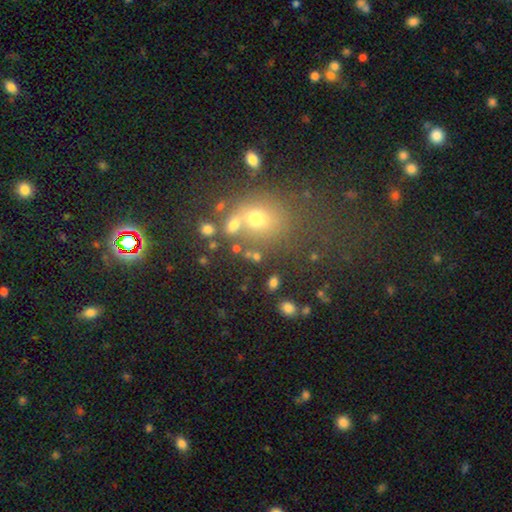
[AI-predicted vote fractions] A smooth galaxy with no disk features (59%) that is round (59%).

Vote fractions:
- Smooth or featured? smooth: 59% / star or artifact: 26% / featured or disk: 15%
- How rounded? round: 59% / in between: 39% / cigar-shaped: 2%
- Merging? none: 55% / merger: 23% / minor disturbance: 13% / major disturbance: 9%